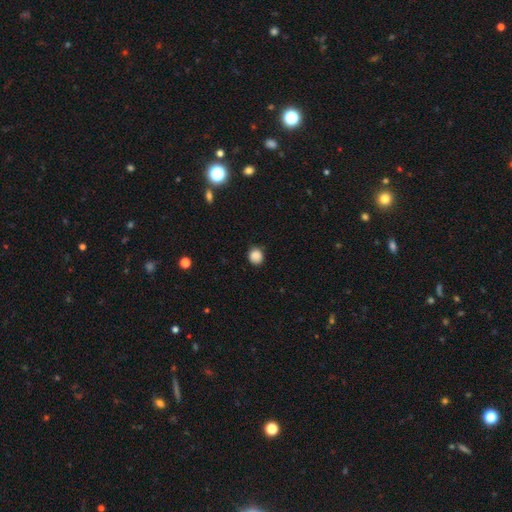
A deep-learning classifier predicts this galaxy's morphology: Overall: smooth (87%). How rounded: round (86%). Merging: none (86%).